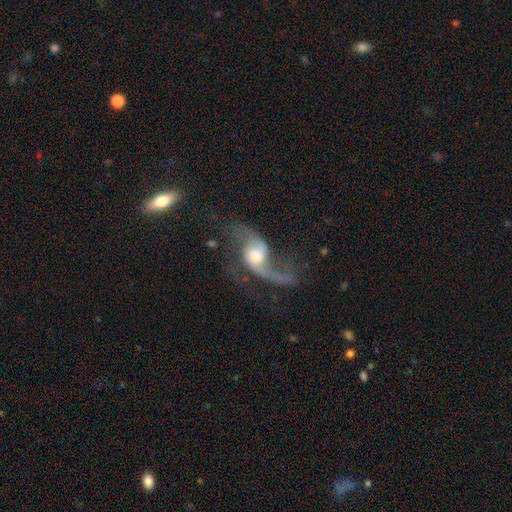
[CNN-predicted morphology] A featured or disk galaxy (84%) with no bar (47%), 2 (83%) loose (85%) spiral arms (94%) and a moderate central bulge (58%). Merging: none (49%).